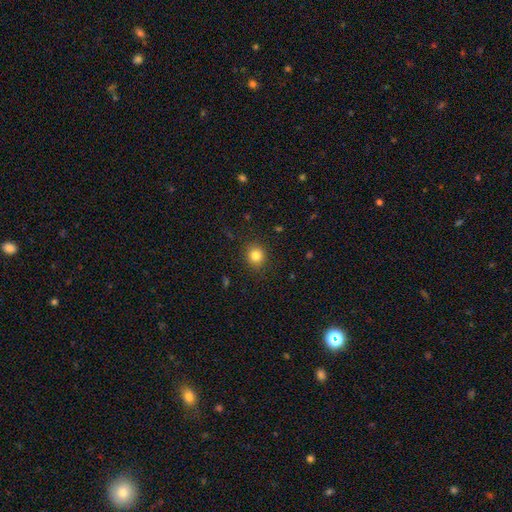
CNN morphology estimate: A smooth galaxy with no disk features (82%) that is round (86%). Merging: none (89%).